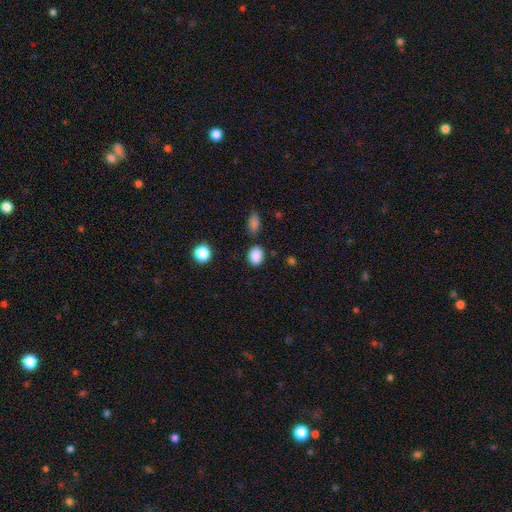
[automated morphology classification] Smooth or featured? Predicted: smooth (p=0.87). How rounded? Predicted: in between (p=0.59). Merging? Predicted: none (p=0.80).